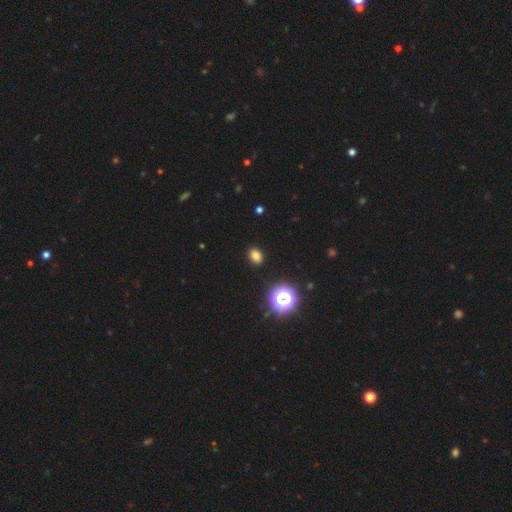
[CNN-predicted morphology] The model was most divided on "how rounded": in between: 65%, round: 34%, cigar-shaped: 1%. More confident: merging — none (90%); smooth or featured — smooth (78%).